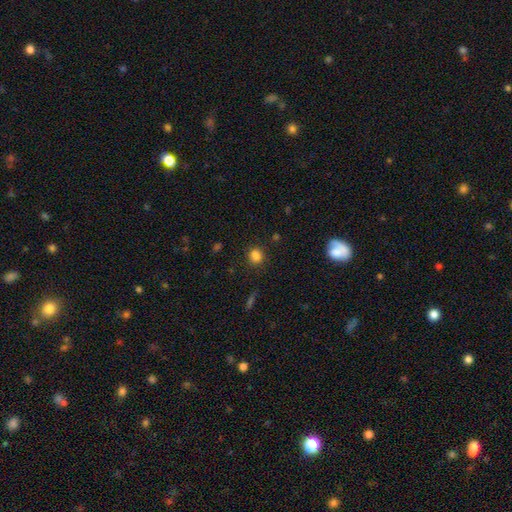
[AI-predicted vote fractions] Overall: smooth (80%). How rounded: round (65%; in between 33%). Merging: none (78%).